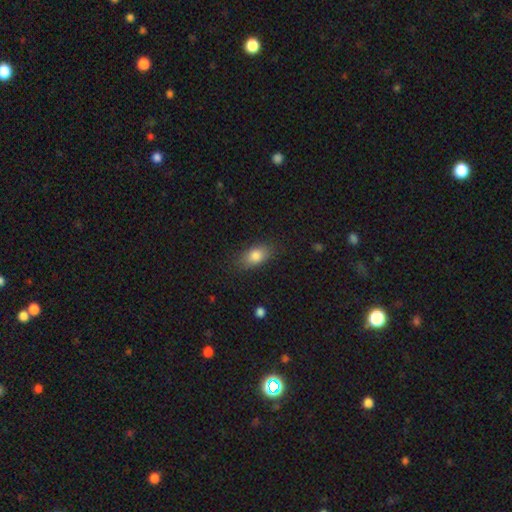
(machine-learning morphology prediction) Smooth or featured? Predicted: smooth (p=0.82). How rounded? Predicted: in between (p=0.86). Merging? Predicted: none (p=0.82).